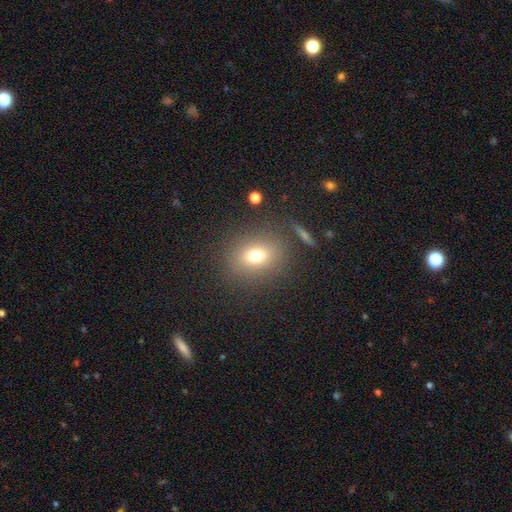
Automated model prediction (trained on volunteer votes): Overall: smooth (71%). How rounded: round (56%; in between 42%). Merging: none (83%).